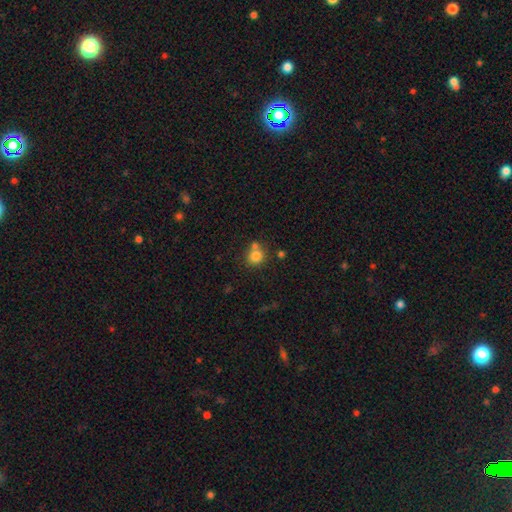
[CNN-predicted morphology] Overall: smooth (79%). How rounded: round (85%). Merging: none (57%; merger 30%).